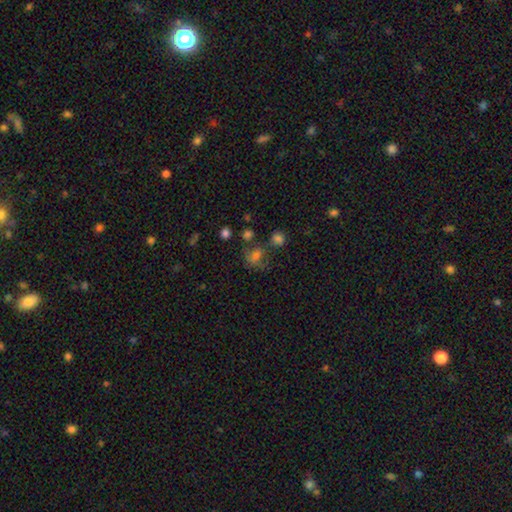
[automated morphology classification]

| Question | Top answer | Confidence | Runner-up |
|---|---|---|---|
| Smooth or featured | smooth | 62% | star or artifact (22%) |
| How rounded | round | 57% | in between (42%) |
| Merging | none | 49% | minor disturbance (20%) |